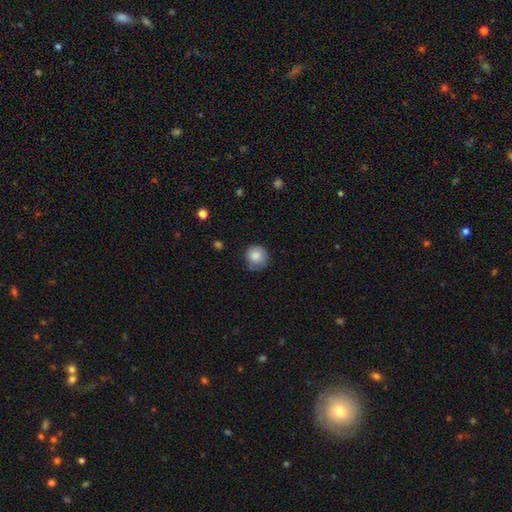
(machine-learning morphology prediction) Smooth or featured? smooth (83%)
How rounded? round (90%)
Merging? none (73%)